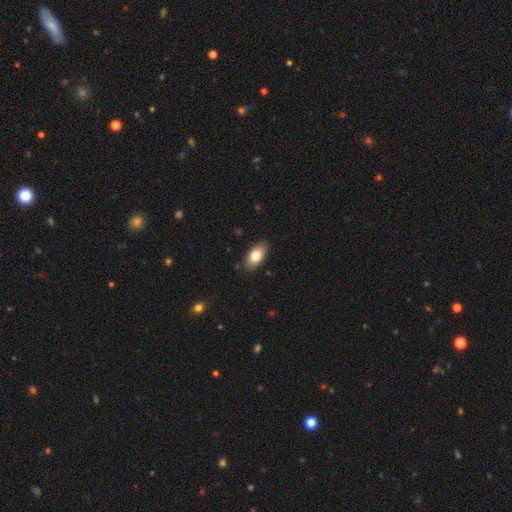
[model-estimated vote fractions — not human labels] This is likely a smooth galaxy (79%). How rounded: clearly in between (92%). Merging: clearly none (85%).